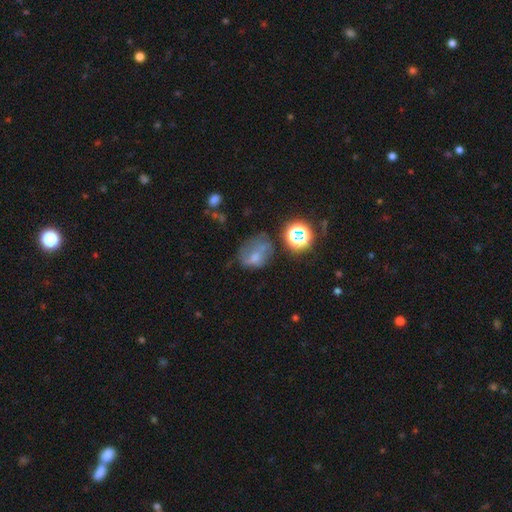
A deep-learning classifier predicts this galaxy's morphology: smooth-or-featured: smooth: 53% | featured or disk: 27% | star or artifact: 21%
  how-rounded: round: 50% | in between: 49% | cigar-shaped: 1%
  merging: none: 41% | minor disturbance: 27% | major disturbance: 21% | merger: 11%